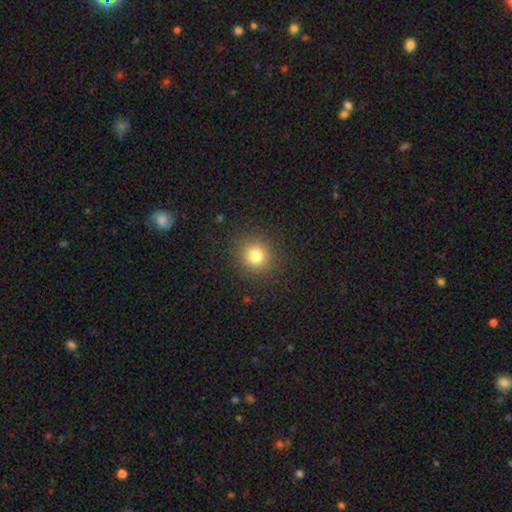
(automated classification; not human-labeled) Q: Smooth or featured?
A: smooth (79%); runner-up: star or artifact (14%)
Q: How rounded?
A: round (88%); runner-up: in between (11%)
Q: Merging?
A: none (90%); runner-up: minor disturbance (6%)